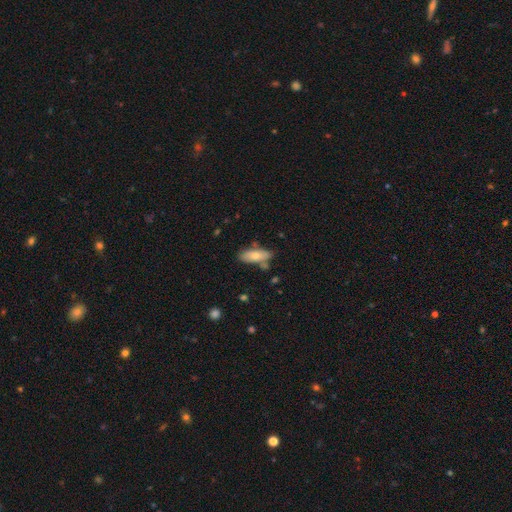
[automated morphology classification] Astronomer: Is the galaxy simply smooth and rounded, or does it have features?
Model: smooth — 73%.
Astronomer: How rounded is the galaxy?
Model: in between — 74%.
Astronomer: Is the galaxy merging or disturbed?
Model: none — 68%.